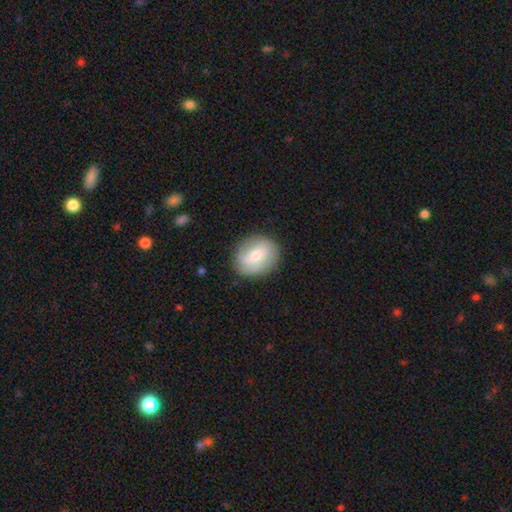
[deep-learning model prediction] featured or disk 47%, smooth 46%, star or artifact 7%. Down the decision tree: merging — none (81%).